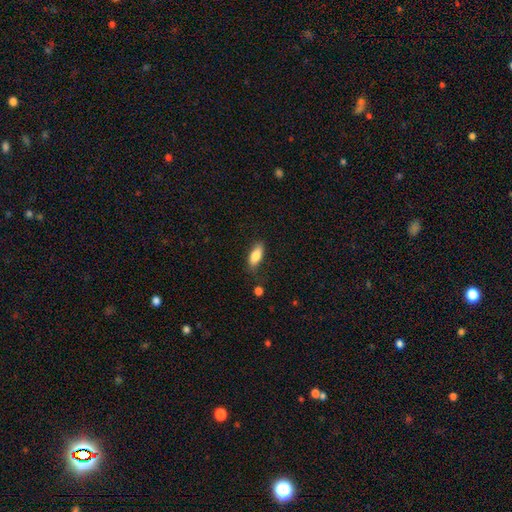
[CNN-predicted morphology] Q: Smooth or featured?
A: smooth (81%); runner-up: featured or disk (13%)
Q: How rounded?
A: in between (76%); runner-up: cigar-shaped (21%)
Q: Merging?
A: none (75%); runner-up: minor disturbance (18%)